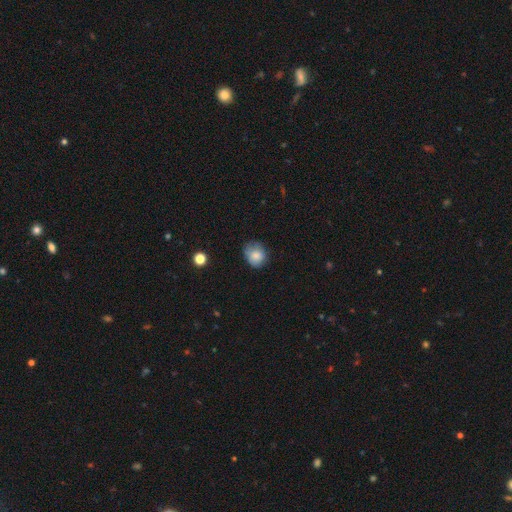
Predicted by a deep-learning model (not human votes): A smooth galaxy with no disk features (80%) that is round (63%). Merging: none (64%).